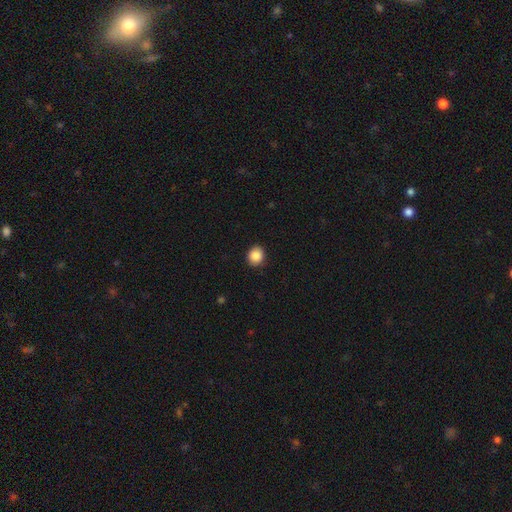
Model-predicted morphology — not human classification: smooth-or-featured: smooth: 88% | star or artifact: 9% | featured or disk: 3%
  how-rounded: round: 76% | in between: 23% | cigar-shaped: 1%
  merging: none: 90% | minor disturbance: 7% | major disturbance: 2% | merger: 1%